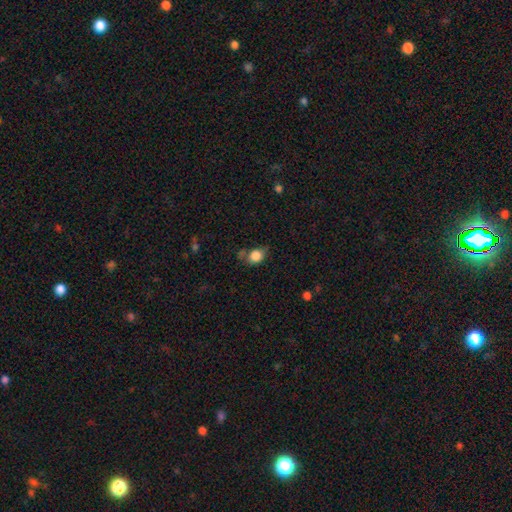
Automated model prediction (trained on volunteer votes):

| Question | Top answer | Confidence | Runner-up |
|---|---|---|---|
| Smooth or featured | smooth | 83% | star or artifact (9%) |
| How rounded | in between | 51% | round (47%) |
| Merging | none | 50% | minor disturbance (29%) |